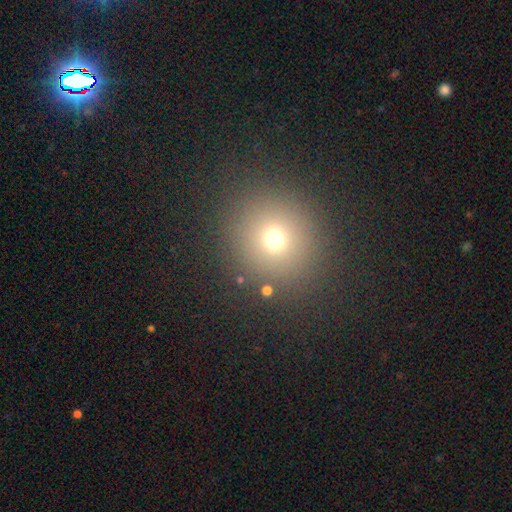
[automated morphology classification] Smooth or featured? smooth (66%)
How rounded? round (90%)
Merging? none (89%)